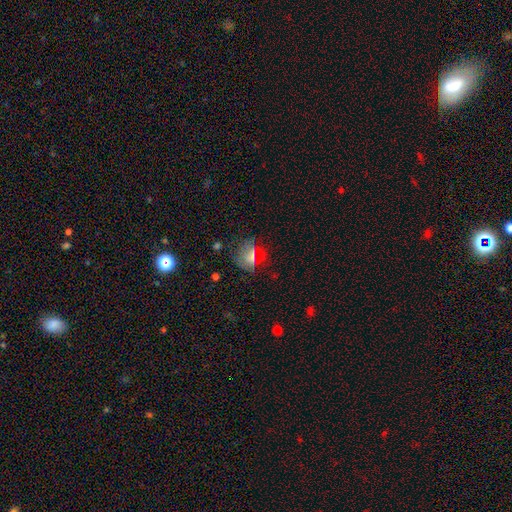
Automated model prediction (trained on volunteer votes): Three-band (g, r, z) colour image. It shows a smooth galaxy with no disk features (58%) that is round (75%). Merging: none (75%).